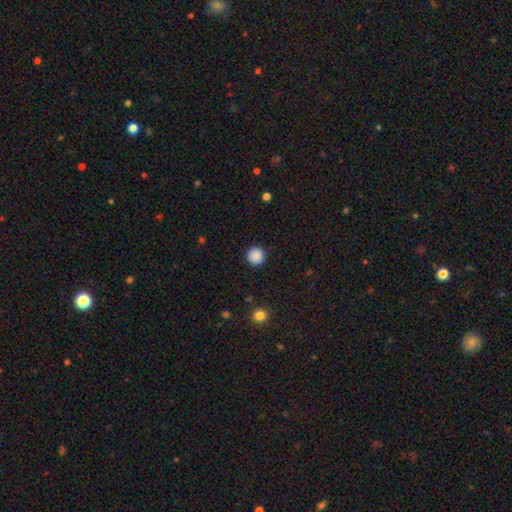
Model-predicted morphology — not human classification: smooth-or-featured: smooth: 88% | star or artifact: 9% | featured or disk: 3%
  how-rounded: round: 96% | in between: 4% | cigar-shaped: 1%
  merging: none: 92% | minor disturbance: 5% | major disturbance: 2% | merger: 1%